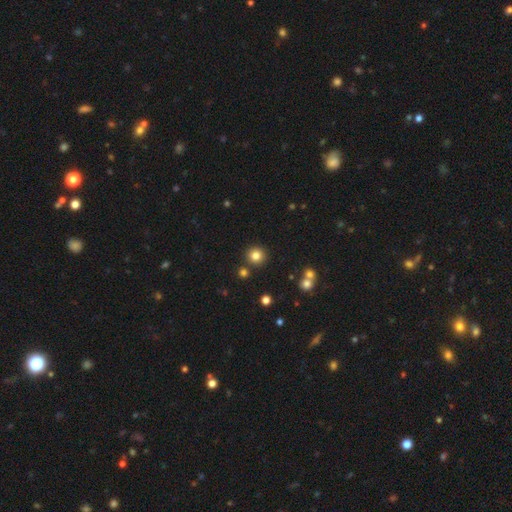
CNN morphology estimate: The model was most divided on "smooth or featured": smooth: 82%, star or artifact: 12%, featured or disk: 6%. More confident: how rounded — round (93%); merging — none (87%).